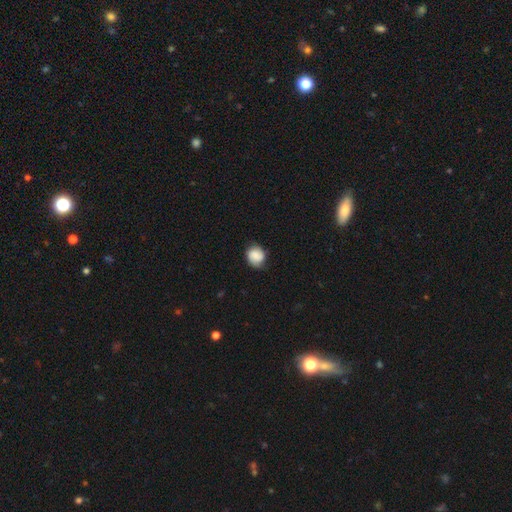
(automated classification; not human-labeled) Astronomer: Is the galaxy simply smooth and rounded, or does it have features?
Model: smooth — 74%.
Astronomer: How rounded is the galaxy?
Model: round — 74%.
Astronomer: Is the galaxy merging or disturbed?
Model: none — 64%.